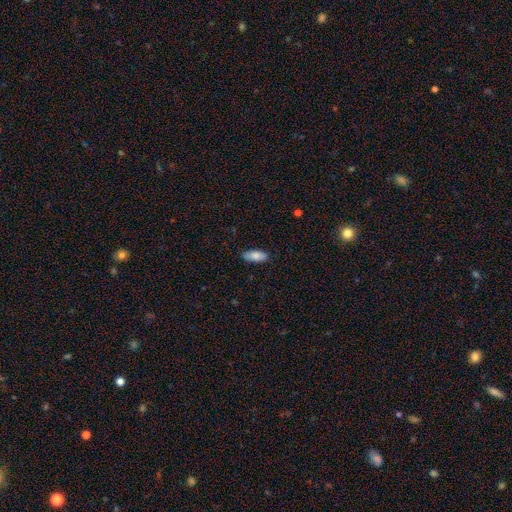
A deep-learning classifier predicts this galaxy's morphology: Smooth or featured?
  - smooth: 83% *
  - featured or disk: 11%
  - star or artifact: 6%
How rounded?
  - in between: 82% *
  - cigar-shaped: 16%
  - round: 2%
Merging?
  - none: 85% *
  - minor disturbance: 12%
  - major disturbance: 2%
  - merger: 1%